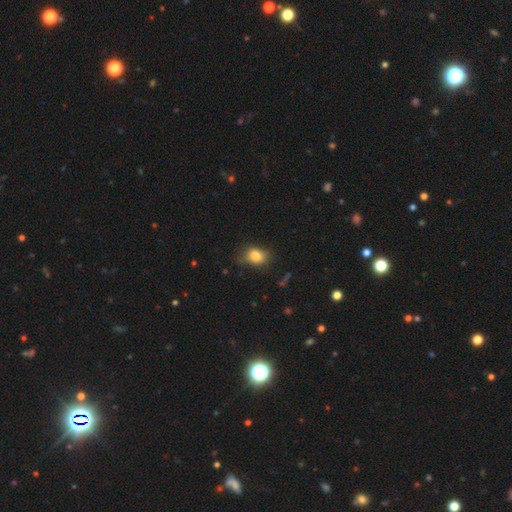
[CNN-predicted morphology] Smooth or featured? Predicted: smooth (p=0.82). How rounded? Predicted: in between (p=0.63). Merging? Predicted: none (p=0.66).